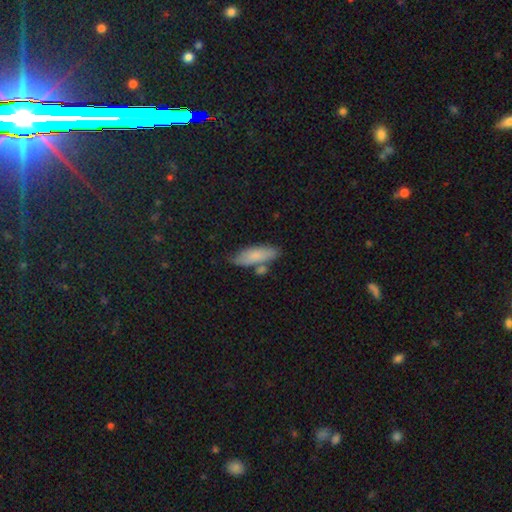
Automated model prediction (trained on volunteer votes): This appears to be a smooth galaxy with no disk features (78%) that is in between round and cigar-shaped (59%). Merging: none (64%).